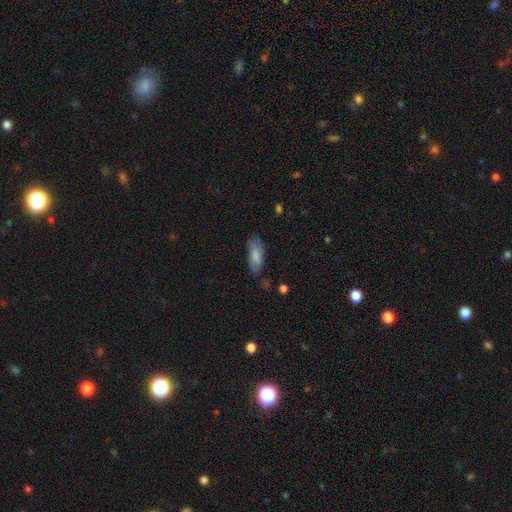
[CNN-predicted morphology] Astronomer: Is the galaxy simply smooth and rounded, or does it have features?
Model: smooth — 80%.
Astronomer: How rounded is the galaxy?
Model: in between — 76%.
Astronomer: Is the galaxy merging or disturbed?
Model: none — 66%.